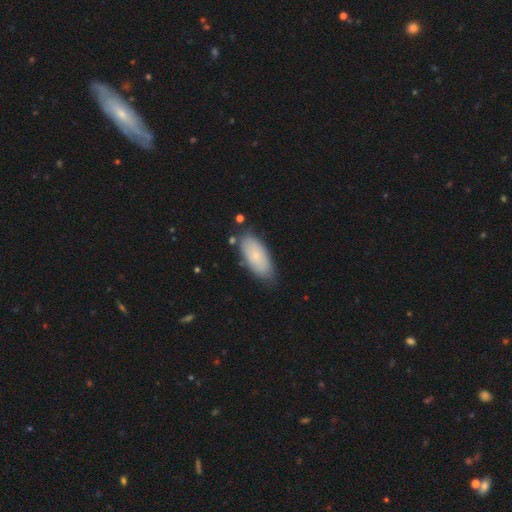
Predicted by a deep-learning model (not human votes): smooth-or-featured: smooth: 72% | featured or disk: 22% | star or artifact: 7%
  how-rounded: in between: 89% | cigar-shaped: 9% | round: 2%
  merging: none: 75% | minor disturbance: 18% | major disturbance: 4% | merger: 3%